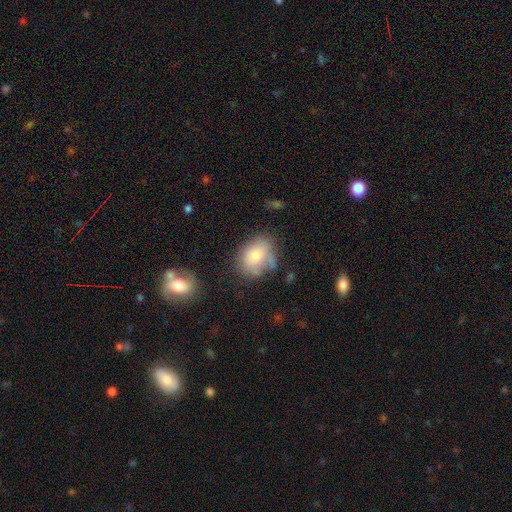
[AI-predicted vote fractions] Overall: smooth (76%). How rounded: in between (66%; round 33%). Merging: none (52%; minor disturbance 28%).